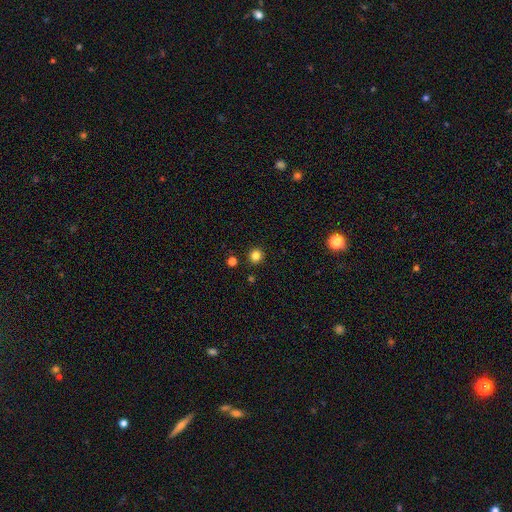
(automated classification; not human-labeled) Morphology: type=smooth (82%); roundness=round (94%); merging=none (91%).